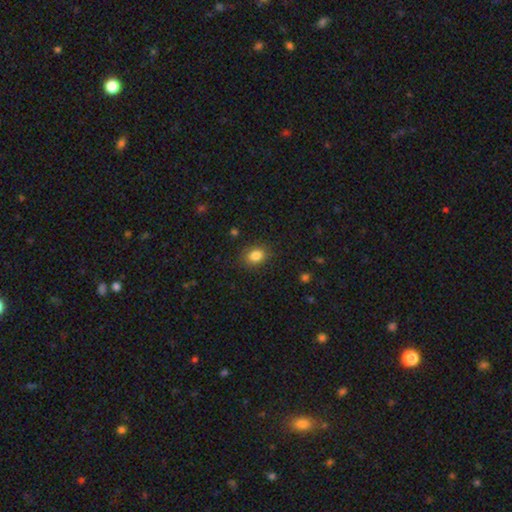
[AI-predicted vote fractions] smooth_or_featured: smooth (p=0.84) [alt: star or artifact p=0.10]
how_rounded: in between (p=0.58) [alt: round p=0.41]
merging: none (p=0.86) [alt: minor disturbance p=0.10]